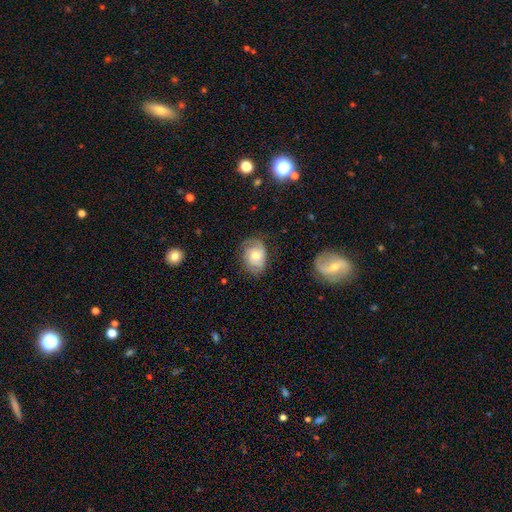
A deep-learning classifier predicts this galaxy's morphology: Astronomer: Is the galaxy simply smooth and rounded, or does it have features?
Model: featured or disk — 59%.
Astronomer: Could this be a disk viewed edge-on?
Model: no — 96%.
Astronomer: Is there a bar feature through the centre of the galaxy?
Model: no — 71%.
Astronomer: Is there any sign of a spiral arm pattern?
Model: yes — 87%.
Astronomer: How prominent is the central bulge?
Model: moderate — 58% (runner-up: small, 34%).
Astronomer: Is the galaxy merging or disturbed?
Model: none — 68%.